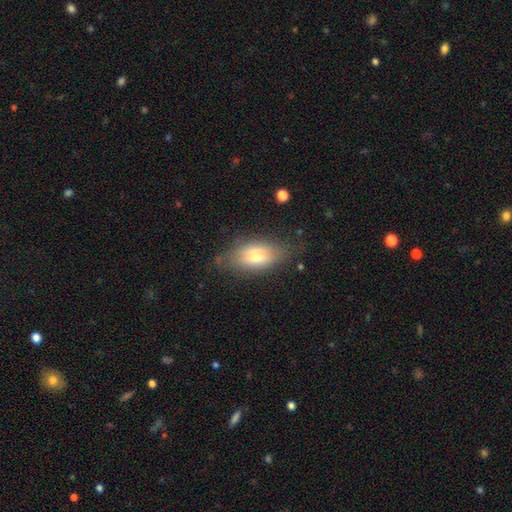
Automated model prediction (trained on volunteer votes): Smooth or featured?
  - smooth: 62% *
  - featured or disk: 30%
  - star or artifact: 8%
How rounded?
  - in between: 82% *
  - cigar-shaped: 12%
  - round: 6%
Merging?
  - none: 69% *
  - minor disturbance: 22%
  - major disturbance: 7%
  - merger: 2%